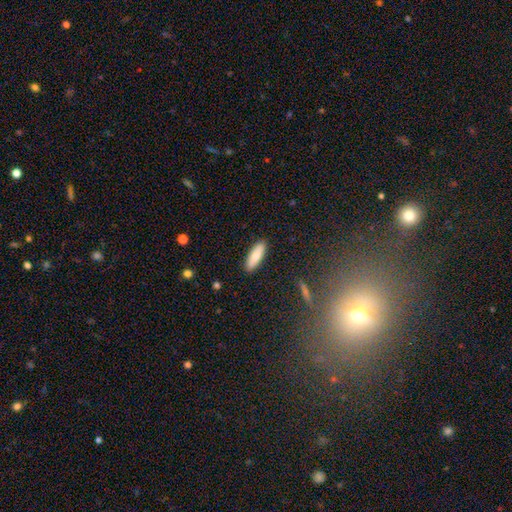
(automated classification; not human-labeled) smooth_or_featured: smooth (p=0.80) [alt: featured or disk p=0.14]
how_rounded: in between (p=0.55) [alt: cigar-shaped p=0.43]
merging: none (p=0.90) [alt: minor disturbance p=0.08]